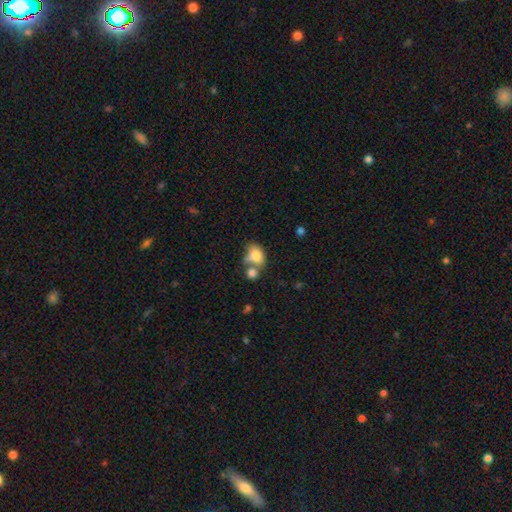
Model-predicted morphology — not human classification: Overall: smooth (78%). How rounded: in between (72%). Merging: merger (45%; none 29%).